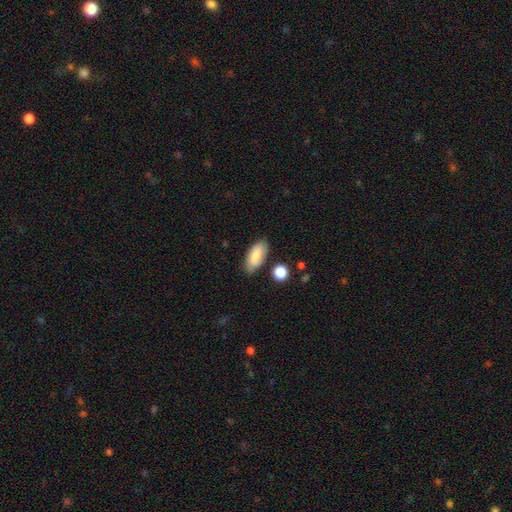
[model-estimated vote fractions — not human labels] This appears to be a smooth galaxy with no disk features (76%) that is in between round and cigar-shaped (89%). Merging: none (76%).